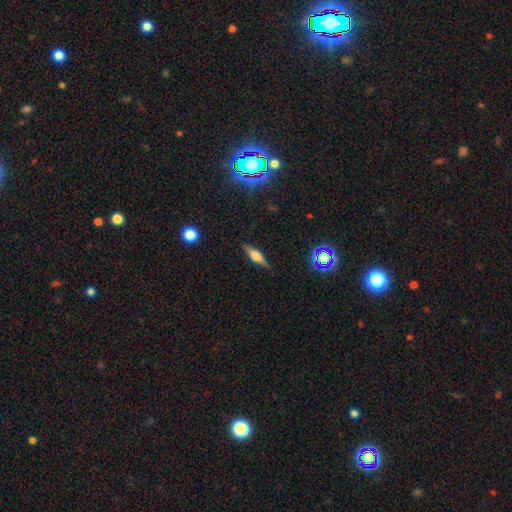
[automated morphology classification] Smooth or featured? Predicted: featured or disk (p=0.52). Edge-on disk? Predicted: yes (p=0.94). Merging? Predicted: none (p=0.84).